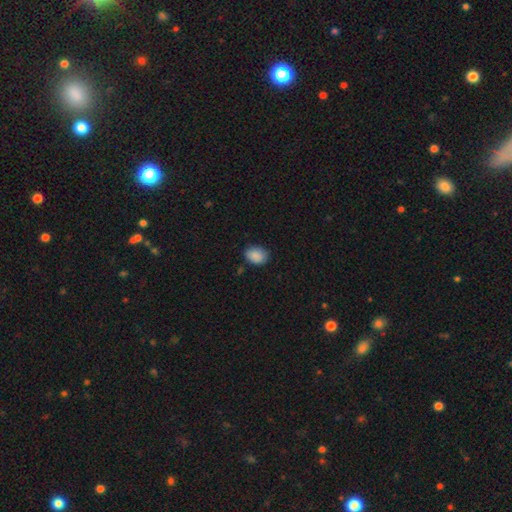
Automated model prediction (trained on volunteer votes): smooth-or-featured: smooth: 89% | star or artifact: 8% | featured or disk: 4%
  how-rounded: in between: 67% | round: 32% | cigar-shaped: 1%
  merging: none: 79% | minor disturbance: 16% | major disturbance: 3% | merger: 2%